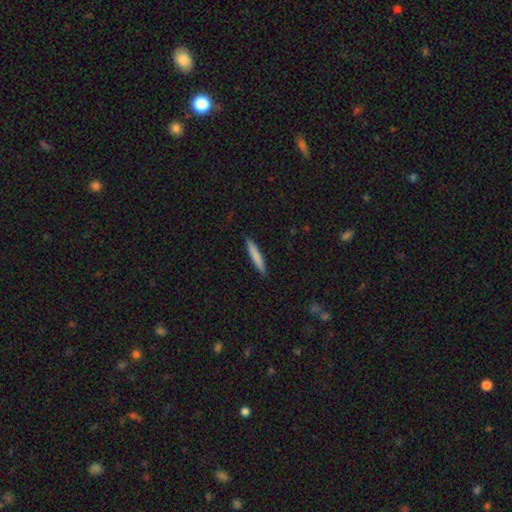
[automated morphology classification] smooth 79%, featured or disk 15%, star or artifact 6%. Down the decision tree: how rounded — cigar-shaped (94%); merging — none (91%).